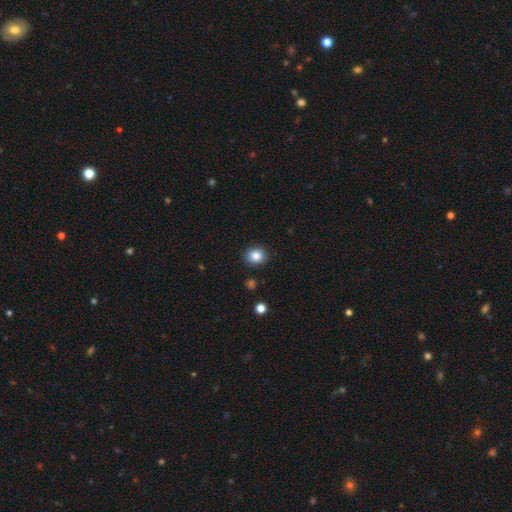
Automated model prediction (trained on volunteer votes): Q: Smooth or featured?
A: smooth (85%); runner-up: star or artifact (10%)
Q: How rounded?
A: round (71%); runner-up: in between (28%)
Q: Merging?
A: none (89%); runner-up: minor disturbance (7%)